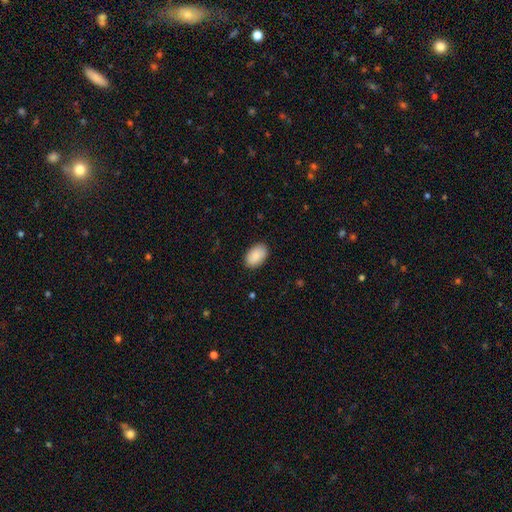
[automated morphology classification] Overall: smooth (87%). How rounded: in between (91%). Merging: none (88%).